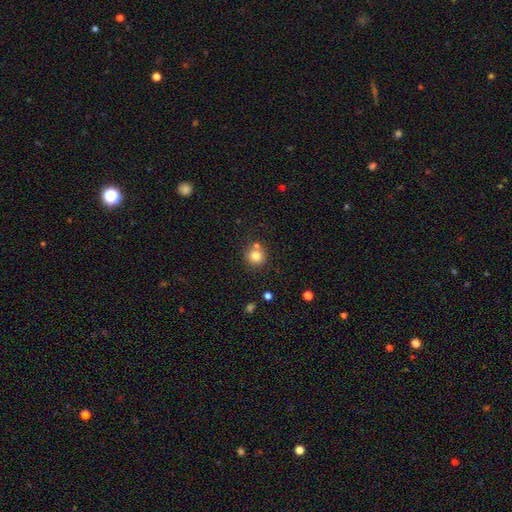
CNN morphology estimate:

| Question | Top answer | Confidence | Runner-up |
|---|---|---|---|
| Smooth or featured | smooth | 79% | star or artifact (12%) |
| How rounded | round | 92% | in between (7%) |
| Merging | none | 70% | merger (18%) |